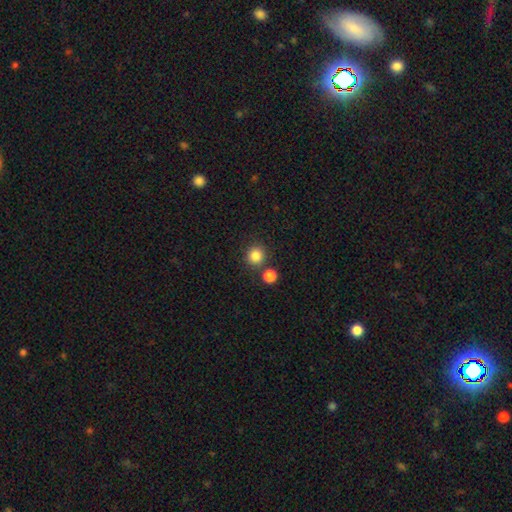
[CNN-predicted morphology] smooth-or-featured: smooth: 84% | star or artifact: 11% | featured or disk: 4%
  how-rounded: round: 91% | in between: 8% | cigar-shaped: 1%
  merging: none: 79% | merger: 11% | minor disturbance: 8% | major disturbance: 3%